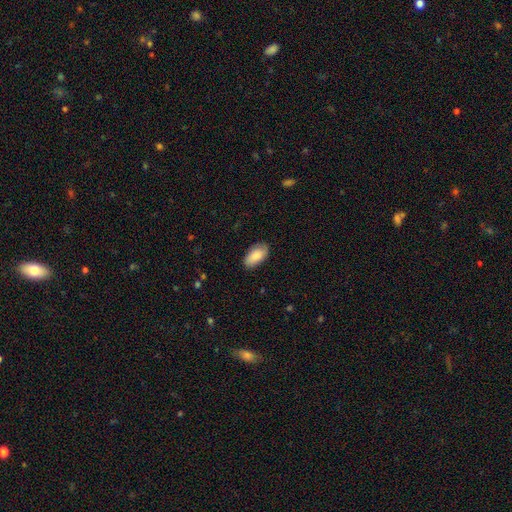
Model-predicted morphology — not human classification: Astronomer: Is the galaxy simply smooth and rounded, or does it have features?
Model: smooth — 85%.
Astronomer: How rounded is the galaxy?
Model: in between — 94%.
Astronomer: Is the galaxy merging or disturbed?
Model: none — 85%.